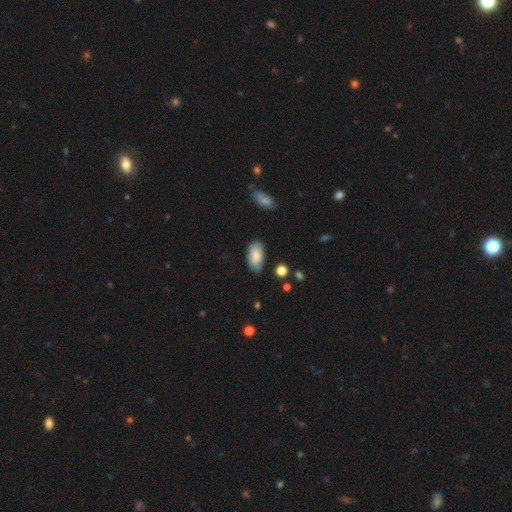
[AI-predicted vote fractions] smooth 83%, featured or disk 10%, star or artifact 7%. Down the decision tree: how rounded — in between (94%); merging — none (70%).